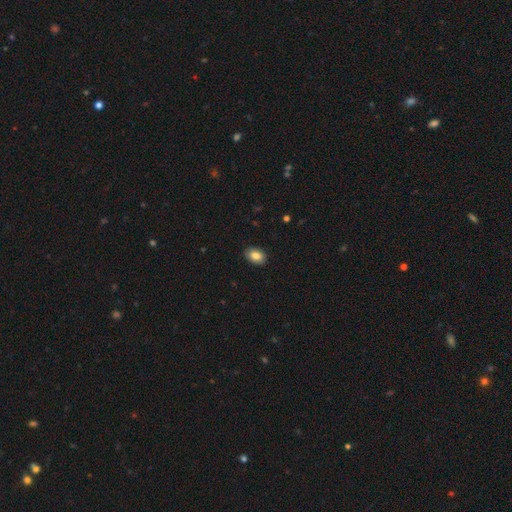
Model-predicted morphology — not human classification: smooth_or_featured: smooth (p=0.84) [alt: featured or disk p=0.08]
how_rounded: in between (p=0.83) [alt: round p=0.15]
merging: none (p=0.89) [alt: minor disturbance p=0.08]